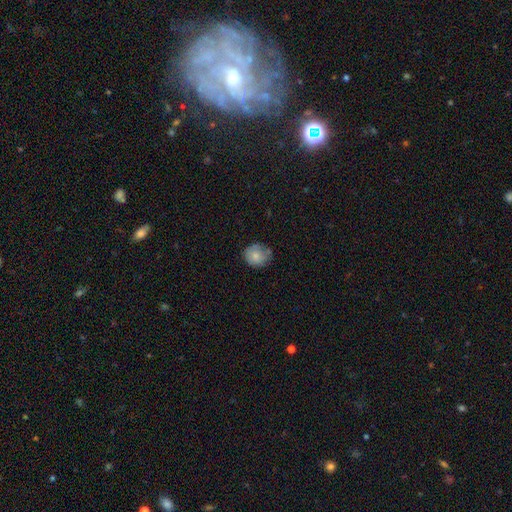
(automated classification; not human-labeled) Morphology: type=smooth (78%); roundness=round (80%); merging=none (64%).